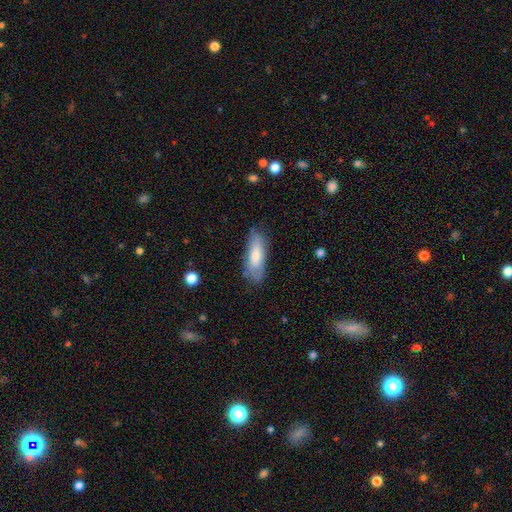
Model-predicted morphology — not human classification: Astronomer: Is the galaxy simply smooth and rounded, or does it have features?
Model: smooth — 74%.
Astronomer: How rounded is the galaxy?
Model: in between — 63%.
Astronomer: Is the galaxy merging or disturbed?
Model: none — 72%.